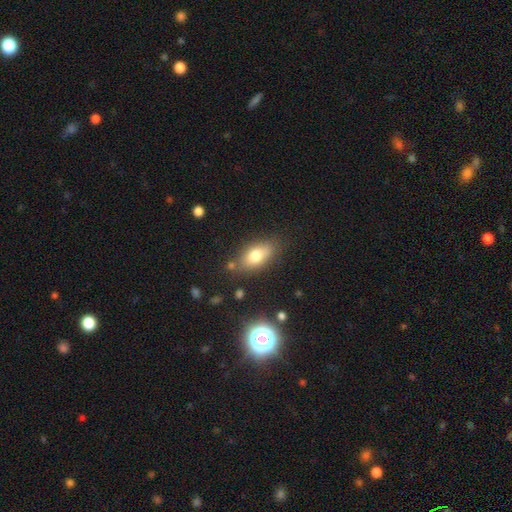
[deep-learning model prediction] Overall: smooth (75%). How rounded: in between (86%). Merging: none (76%).